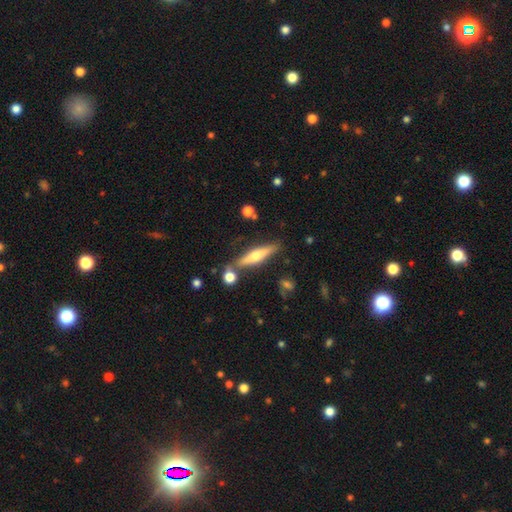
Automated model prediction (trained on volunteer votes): Morphology: type=featured or disk (55%); edge-on=yes (93%); edge-on bulge=rounded (88%); merging=none (77%).